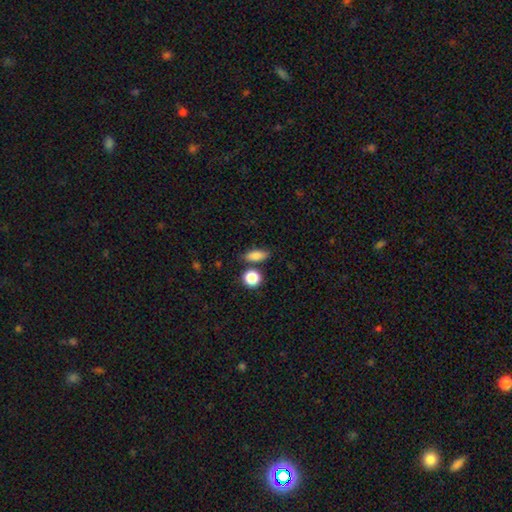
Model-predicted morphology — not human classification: smooth-or-featured: smooth: 83% | star or artifact: 9% | featured or disk: 8%
  how-rounded: in between: 64% | cigar-shaped: 19% | round: 17%
  merging: none: 75% | minor disturbance: 12% | merger: 10% | major disturbance: 3%